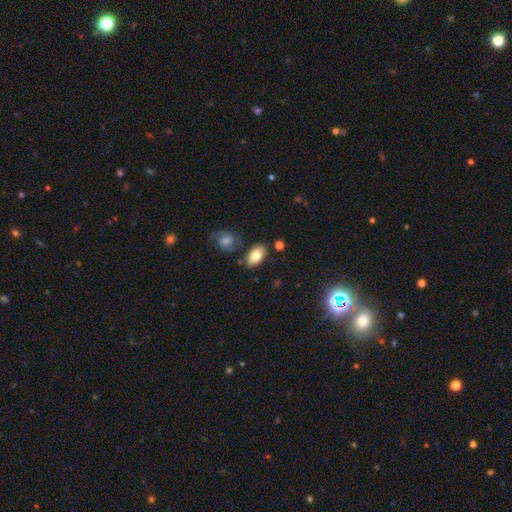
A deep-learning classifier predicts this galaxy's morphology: A smooth galaxy with no disk features (80%) that is in between round and cigar-shaped (93%).

Vote fractions:
- Smooth or featured? smooth: 80% / featured or disk: 13% / star or artifact: 7%
- How rounded? in between: 93% / round: 5% / cigar-shaped: 2%
- Merging? none: 78% / minor disturbance: 13% / merger: 6% / major disturbance: 3%